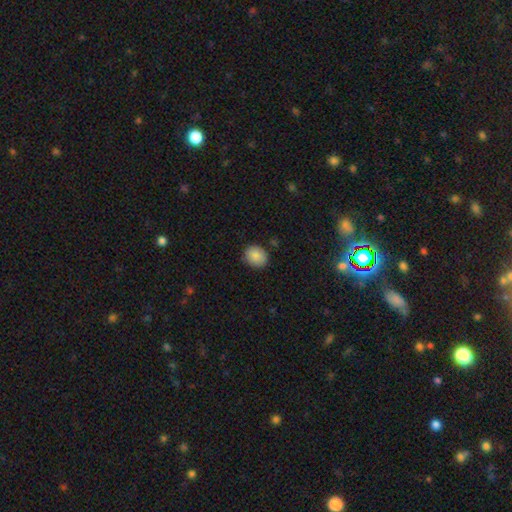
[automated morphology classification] smooth_or_featured: smooth (p=0.87) [alt: star or artifact p=0.08]
how_rounded: round (p=0.66) [alt: in between p=0.33]
merging: none (p=0.85) [alt: minor disturbance p=0.11]